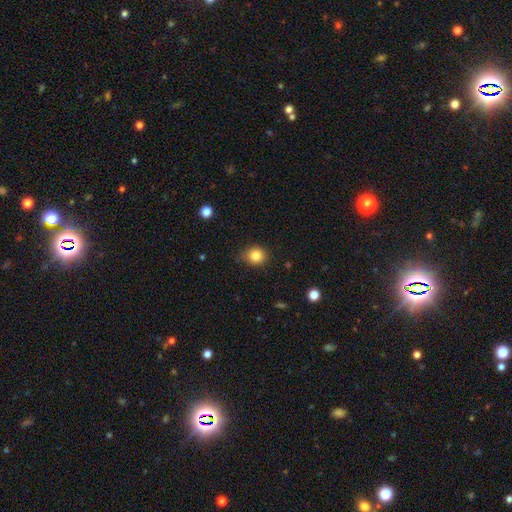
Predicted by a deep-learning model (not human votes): A smooth galaxy with no disk features (83%) that is round (82%). Merging: none (81%).